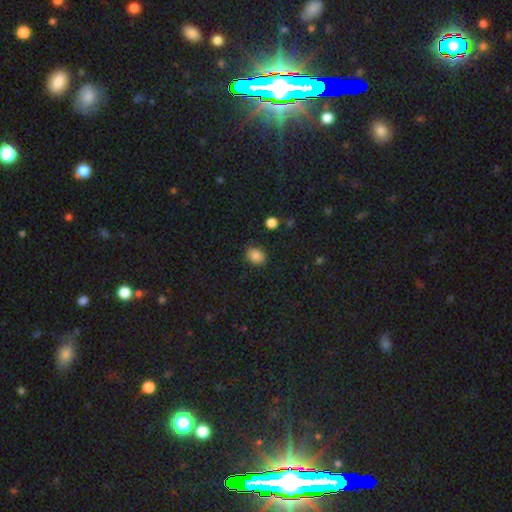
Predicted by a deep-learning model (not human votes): Smooth or featured? Predicted: smooth (p=0.85). How rounded? Predicted: in between (p=0.64). Merging? Predicted: none (p=0.84).